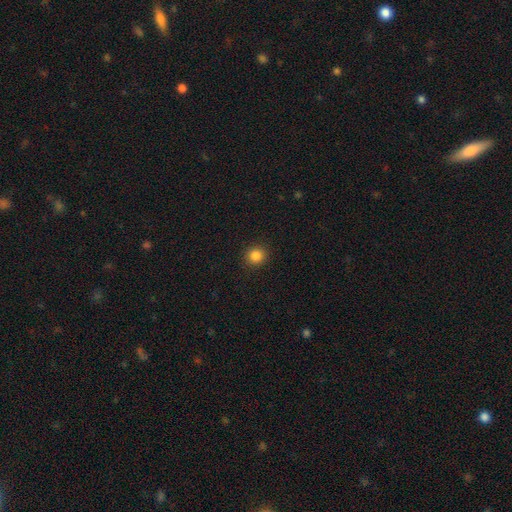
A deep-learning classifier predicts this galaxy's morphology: This is clearly a smooth galaxy (85%). How rounded: clearly round (90%). Merging: clearly none (92%).